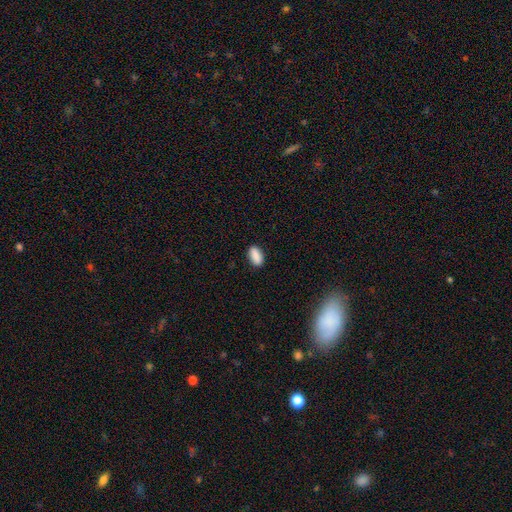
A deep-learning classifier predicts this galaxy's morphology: smooth_or_featured: smooth (p=0.89) [alt: star or artifact p=0.07]
how_rounded: in between (p=0.90) [alt: cigar-shaped p=0.06]
merging: none (p=0.88) [alt: minor disturbance p=0.09]